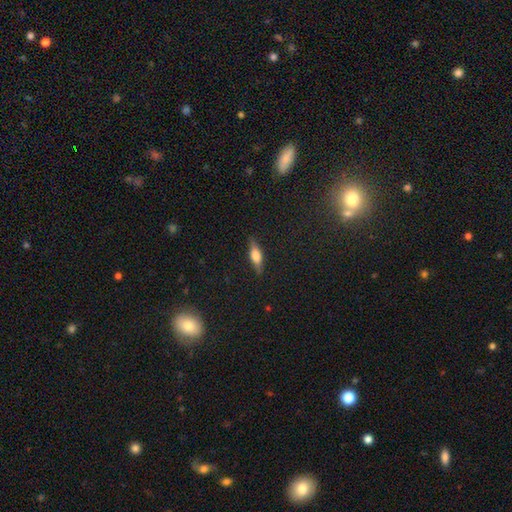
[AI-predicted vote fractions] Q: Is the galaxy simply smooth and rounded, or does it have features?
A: smooth — 53%.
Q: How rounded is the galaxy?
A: in between — 52%.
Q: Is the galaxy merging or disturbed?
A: none — 83%.